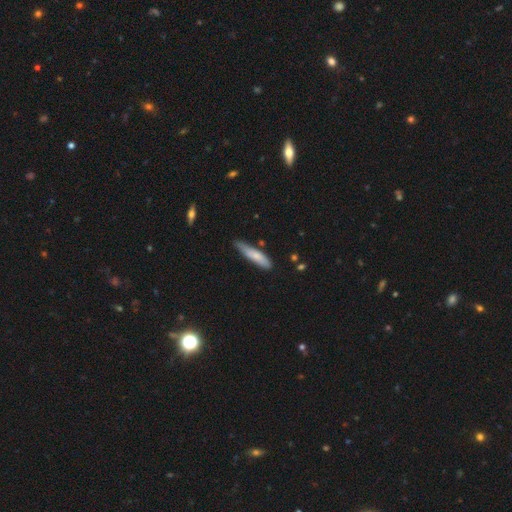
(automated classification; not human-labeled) Smooth or featured: smooth — 73% (featured or disk — 21%)
How rounded: cigar-shaped — 81% (in between — 17%)
Merging: none — 62% (minor disturbance — 30%)